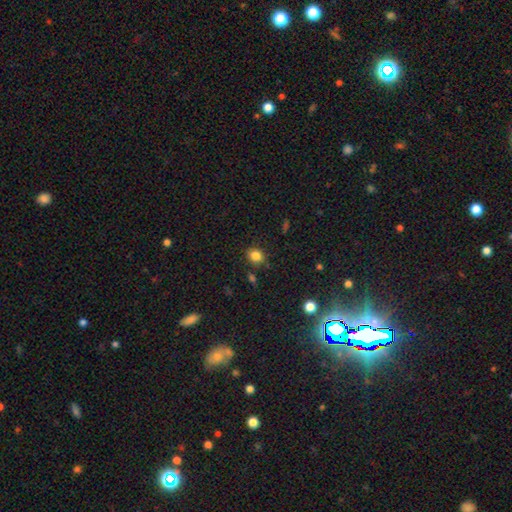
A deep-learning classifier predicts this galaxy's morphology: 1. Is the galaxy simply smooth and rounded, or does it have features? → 83% smooth, 12% star or artifact, 5% featured or disk.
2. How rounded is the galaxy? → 64% round, 35% in between, 1% cigar-shaped.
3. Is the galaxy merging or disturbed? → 83% none, 10% minor disturbance, 4% merger, 3% major disturbance.